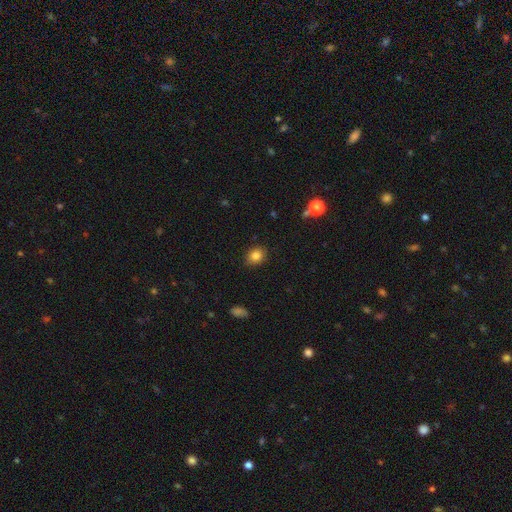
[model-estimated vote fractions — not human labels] Morphology: type=smooth (83%); roundness=round (60%); merging=none (88%).